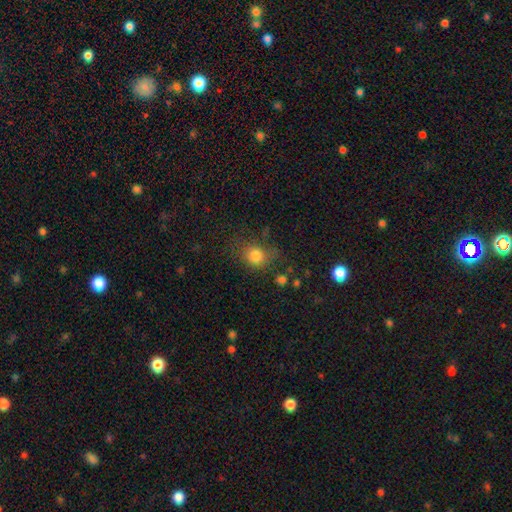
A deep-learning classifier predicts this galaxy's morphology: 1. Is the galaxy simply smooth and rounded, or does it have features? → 80% smooth, 13% star or artifact, 7% featured or disk.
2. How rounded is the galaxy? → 72% round, 27% in between, 1% cigar-shaped.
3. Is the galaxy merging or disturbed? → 65% none, 21% minor disturbance, 10% major disturbance, 4% merger.